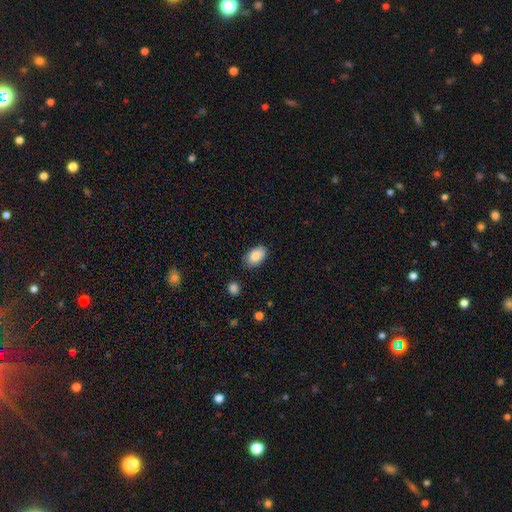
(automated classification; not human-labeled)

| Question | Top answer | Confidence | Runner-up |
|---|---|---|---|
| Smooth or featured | smooth | 88% | star or artifact (7%) |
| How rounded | in between | 92% | round (7%) |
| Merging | none | 82% | minor disturbance (13%) |